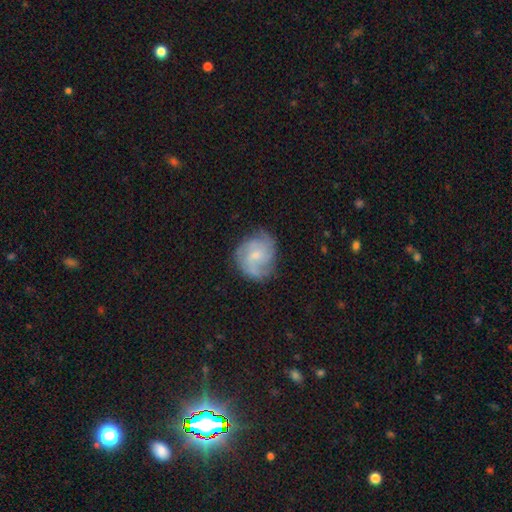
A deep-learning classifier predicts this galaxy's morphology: This appears to be a featured or disk galaxy (70%) with no bar (63%), 3 (39%) medium (43%) spiral arms (93%) and a small central bulge (64%). Merging: none (71%).